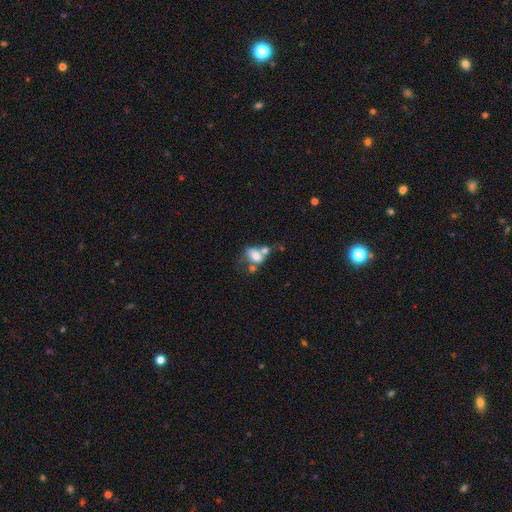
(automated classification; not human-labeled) This appears to be a smooth galaxy with no disk features (62%) that is in between round and cigar-shaped (79%). Merging: merger (51%).